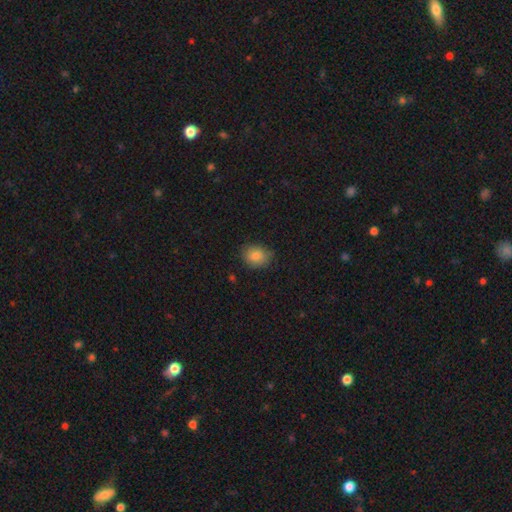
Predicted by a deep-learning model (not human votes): smooth-or-featured: smooth: 83% | featured or disk: 9% | star or artifact: 8%
  how-rounded: round: 54% | in between: 45% | cigar-shaped: 1%
  merging: none: 77% | minor disturbance: 18% | major disturbance: 3% | merger: 1%